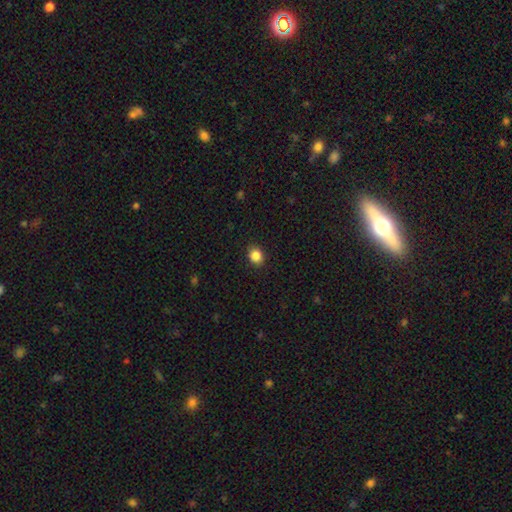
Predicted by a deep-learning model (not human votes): The model was most divided on "how rounded": round: 65%, in between: 34%, cigar-shaped: 1%. More confident: merging — none (90%); smooth or featured — smooth (86%).